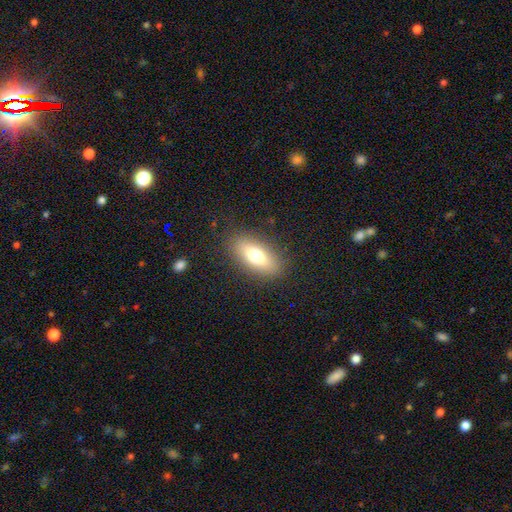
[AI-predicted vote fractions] This appears to be a smooth galaxy with no disk features (72%) that is in between round and cigar-shaped (79%). Merging: none (86%).